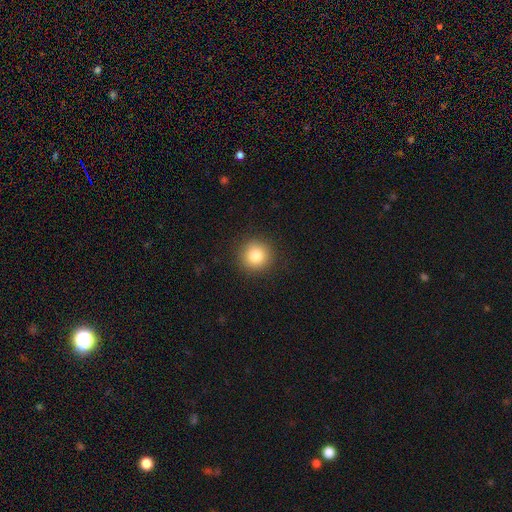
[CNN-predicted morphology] smooth_or_featured: smooth (p=0.83) [alt: star or artifact p=0.10]
how_rounded: round (p=0.94) [alt: in between p=0.05]
merging: none (p=0.92) [alt: minor disturbance p=0.05]